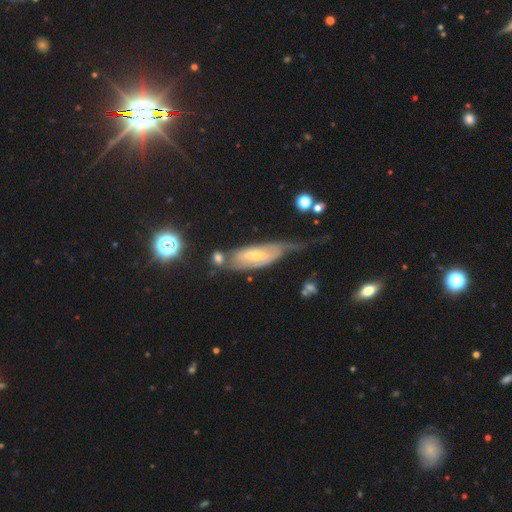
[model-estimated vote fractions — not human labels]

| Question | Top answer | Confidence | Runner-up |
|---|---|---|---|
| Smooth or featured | featured or disk | 66% | smooth (28%) |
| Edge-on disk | no | 80% | yes (20%) |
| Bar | weak | 47% | no (31%) |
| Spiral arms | yes | 79% | no (21%) |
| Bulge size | moderate | 46% | small (44%) |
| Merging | none | 31% | major disturbance (30%) |